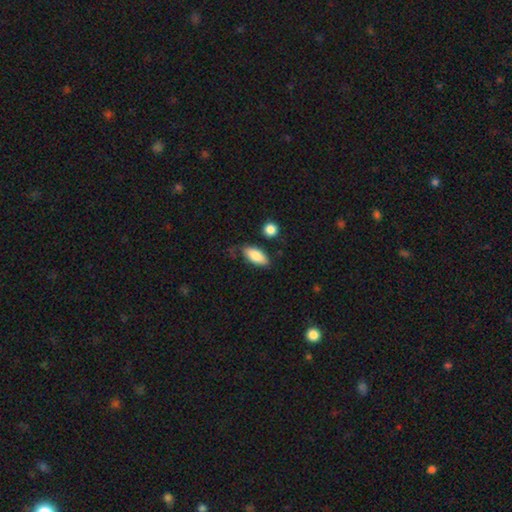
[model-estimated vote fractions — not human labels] Smooth or featured? Predicted: smooth (p=0.82). How rounded? Predicted: in between (p=0.85). Merging? Predicted: none (p=0.70).